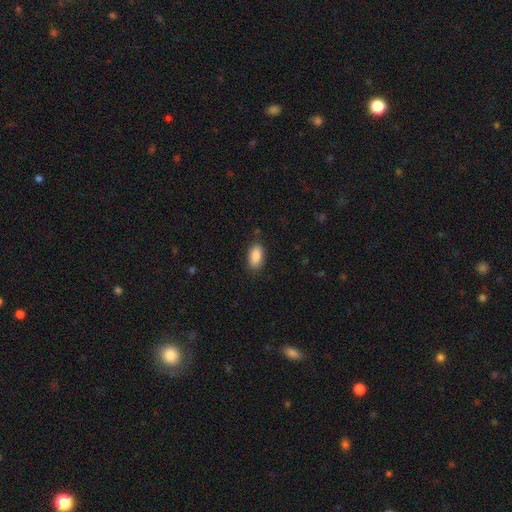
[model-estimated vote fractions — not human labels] Smooth or featured?
  - smooth: 89% *
  - star or artifact: 7%
  - featured or disk: 4%
How rounded?
  - in between: 93% *
  - round: 4%
  - cigar-shaped: 4%
Merging?
  - none: 85% *
  - minor disturbance: 11%
  - major disturbance: 3%
  - merger: 1%